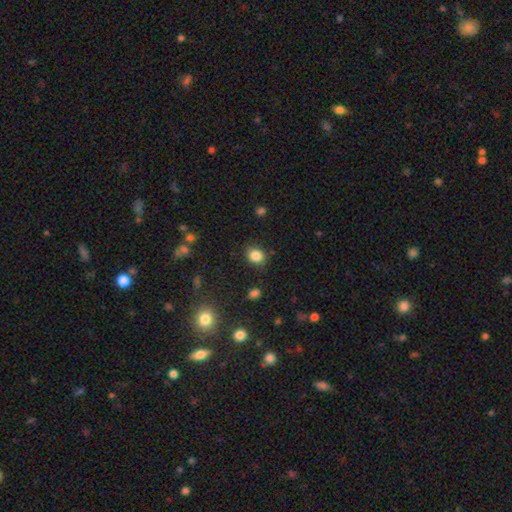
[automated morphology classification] A smooth galaxy with no disk features (85%) that is round (55%).

Vote fractions:
- Smooth or featured? smooth: 85% / star or artifact: 10% / featured or disk: 5%
- How rounded? round: 55% / in between: 44% / cigar-shaped: 1%
- Merging? none: 84% / minor disturbance: 11% / major disturbance: 3% / merger: 2%